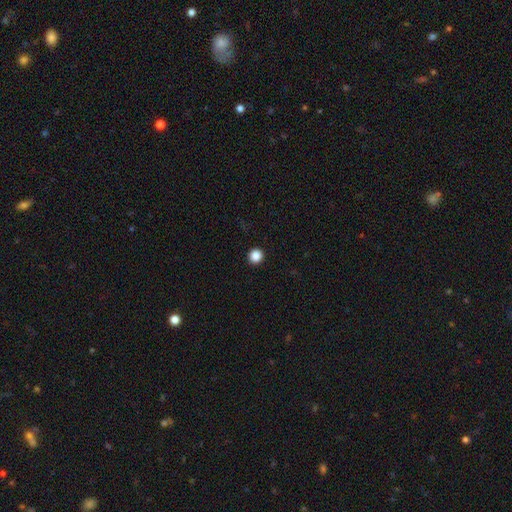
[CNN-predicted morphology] smooth 87%, star or artifact 11%, featured or disk 3%. Down the decision tree: how rounded — round (95%); merging — none (94%).